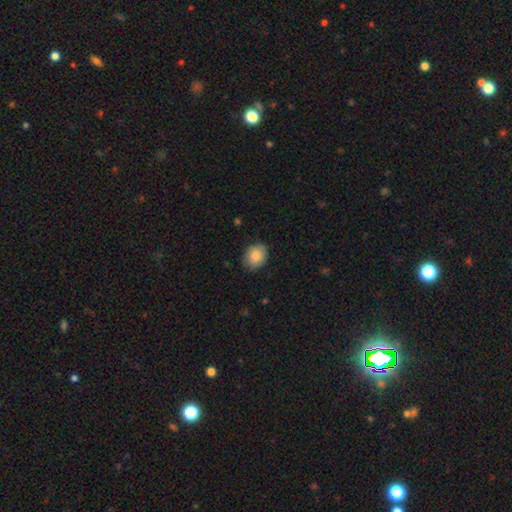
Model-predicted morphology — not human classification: This is clearly a smooth galaxy (86%). How rounded: possibly round (54%). Merging: clearly none (80%).